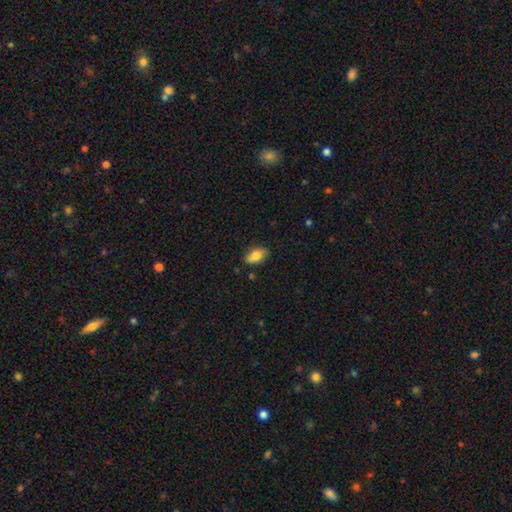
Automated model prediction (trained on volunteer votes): This appears to be a smooth galaxy with no disk features (81%) that is in between round and cigar-shaped (90%). Merging: none (82%).